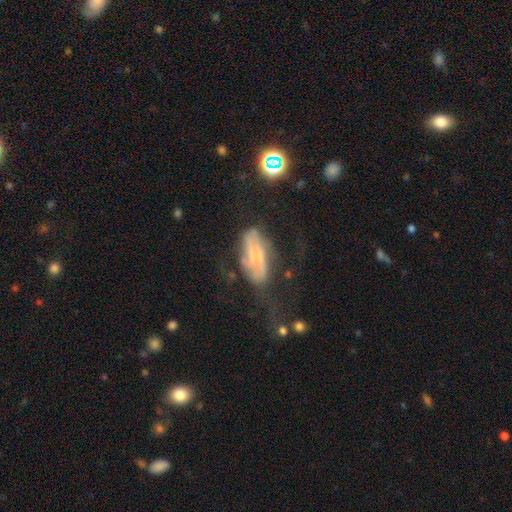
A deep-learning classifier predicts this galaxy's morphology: smooth_or_featured: featured or disk (p=0.59) [alt: smooth p=0.28]
disk_edge_on: no (p=0.82) [alt: yes p=0.18]
merging: none (p=0.37) [alt: major disturbance p=0.32]